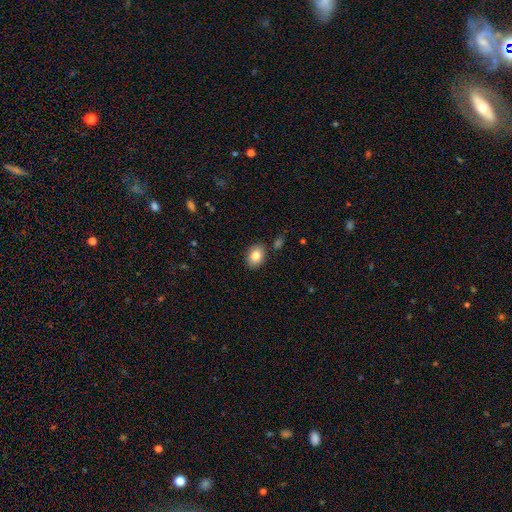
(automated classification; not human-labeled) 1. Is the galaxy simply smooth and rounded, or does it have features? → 82% smooth, 10% featured or disk, 8% star or artifact.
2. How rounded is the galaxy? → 65% in between, 34% round, 1% cigar-shaped.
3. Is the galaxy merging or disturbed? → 86% none, 9% minor disturbance, 3% merger, 2% major disturbance.